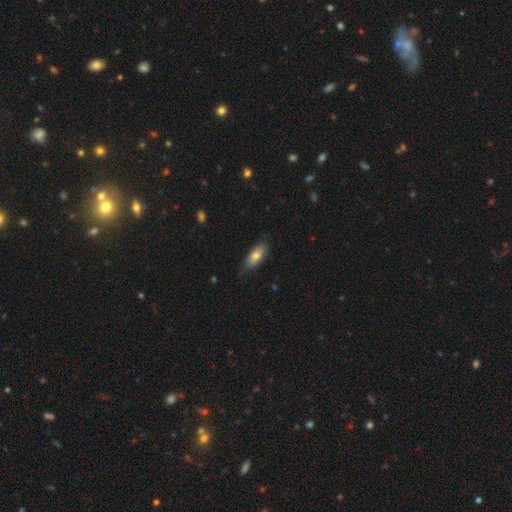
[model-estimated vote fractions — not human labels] Overall: smooth (75%). How rounded: in between (82%). Merging: none (68%).